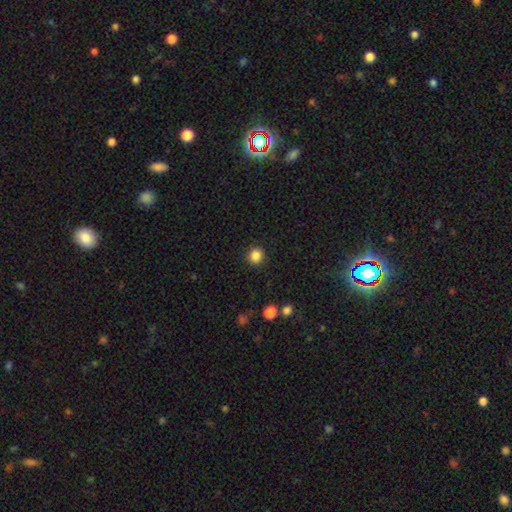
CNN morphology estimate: smooth 86%, star or artifact 11%, featured or disk 3%. Down the decision tree: how rounded — round (89%); merging — none (91%).